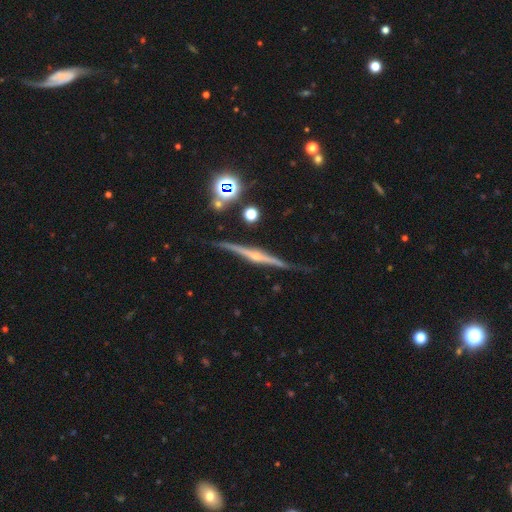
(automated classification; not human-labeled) This appears to be a featured or disk galaxy (85%) viewed edge-on (98%) with a rounded central bulge (83%). Merging: none (84%).